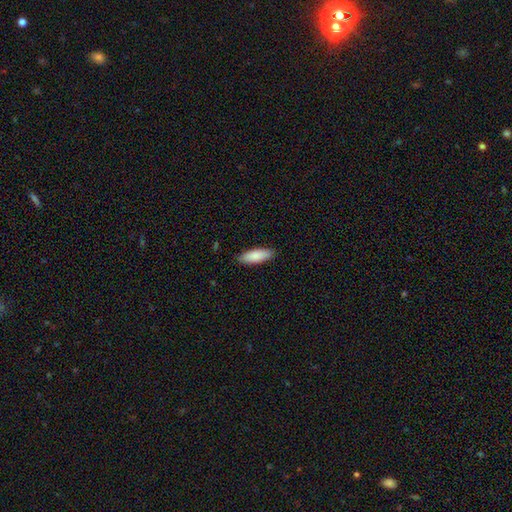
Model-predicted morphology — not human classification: Smooth or featured: smooth — 86% (featured or disk — 8%)
How rounded: in between — 67% (cigar-shaped — 31%)
Merging: none — 88% (minor disturbance — 10%)